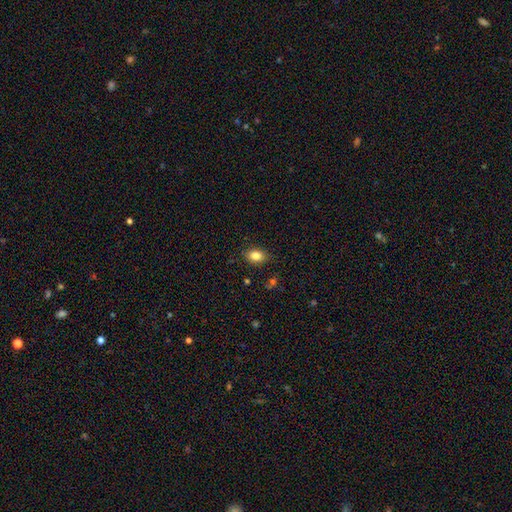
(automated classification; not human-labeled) Overall: smooth (84%). How rounded: in between (72%). Merging: none (84%).